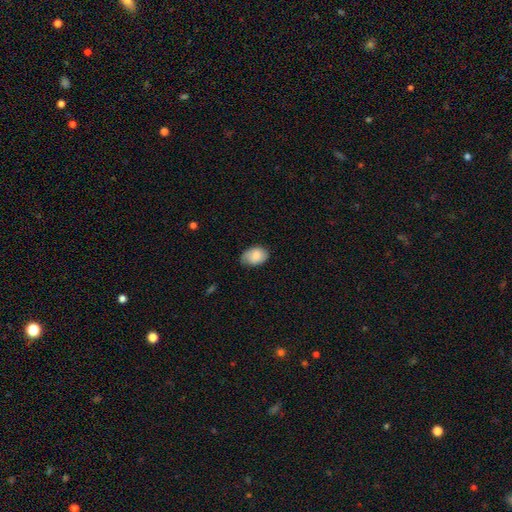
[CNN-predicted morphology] This appears to be a smooth galaxy with no disk features (74%) that is in between round and cigar-shaped (81%). Merging: none (61%).